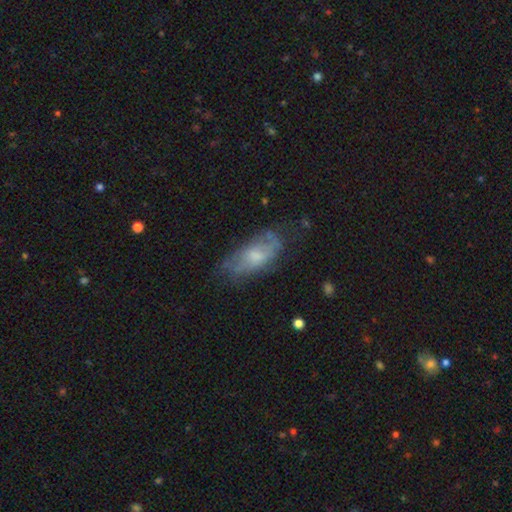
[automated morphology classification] Smooth or featured? featured or disk (48%)
Merging? none (53%)